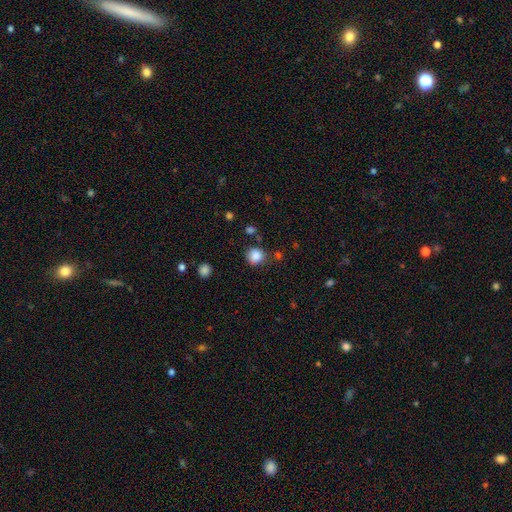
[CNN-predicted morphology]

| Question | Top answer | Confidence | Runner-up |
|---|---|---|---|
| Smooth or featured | smooth | 86% | star or artifact (10%) |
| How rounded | round | 85% | in between (15%) |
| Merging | none | 76% | minor disturbance (14%) |